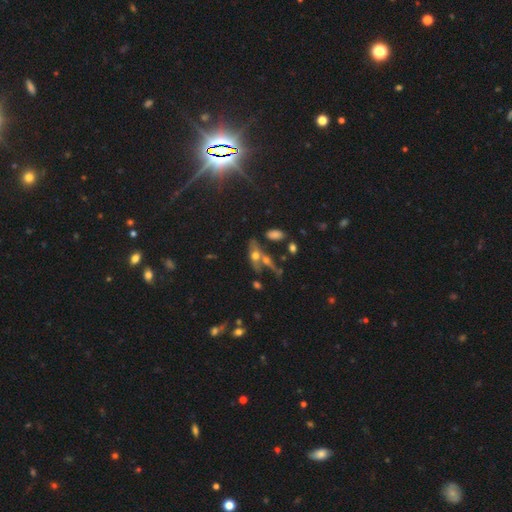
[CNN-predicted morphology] type=featured or disk (43%, tied with smooth); merging=none (44%).